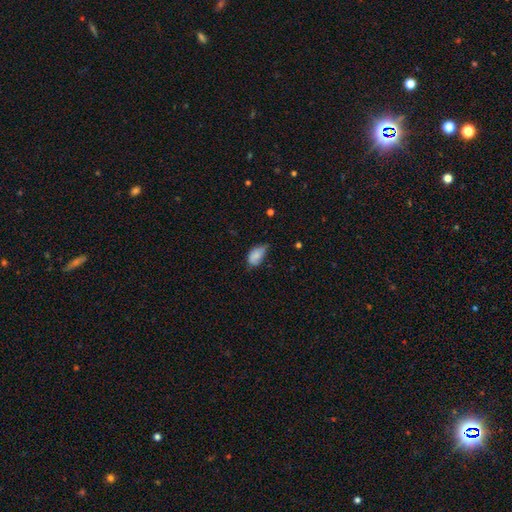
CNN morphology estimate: smooth-or-featured: smooth: 83% | featured or disk: 10% | star or artifact: 8%
  how-rounded: in between: 92% | round: 6% | cigar-shaped: 2%
  merging: minor disturbance: 51% | none: 35% | major disturbance: 12% | merger: 2%